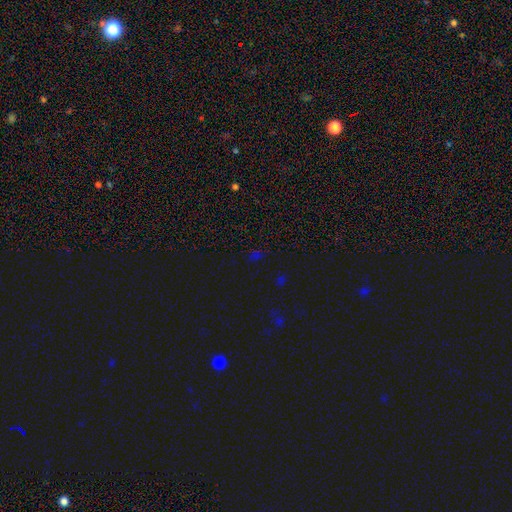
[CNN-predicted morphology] Smooth or featured?
  - star or artifact: 61% *
  - smooth: 32%
  - featured or disk: 7%